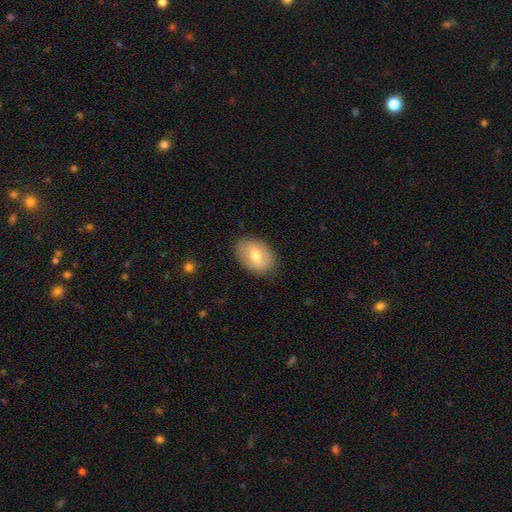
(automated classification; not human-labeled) Smooth or featured? Predicted: smooth (p=0.56). How rounded? Predicted: in between (p=0.79). Merging? Predicted: none (p=0.84).